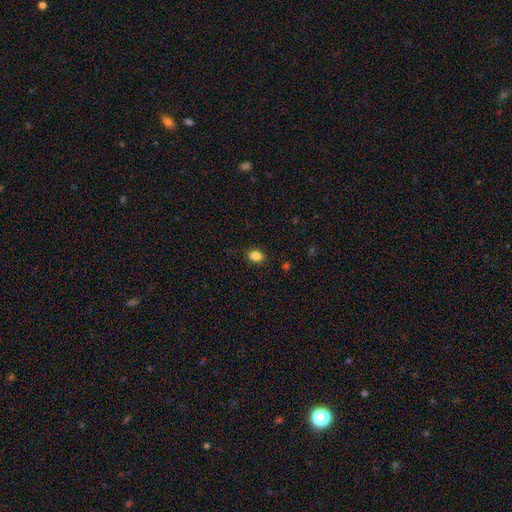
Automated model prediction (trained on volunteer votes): smooth 86%, star or artifact 10%, featured or disk 4%. Down the decision tree: how rounded — in between (72%); merging — none (86%).